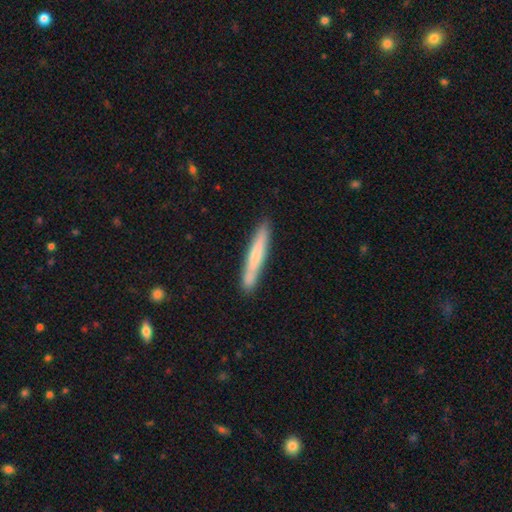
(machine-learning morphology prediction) This is likely a smooth galaxy (64%). How rounded: clearly cigar-shaped (95%). Merging: clearly none (83%).